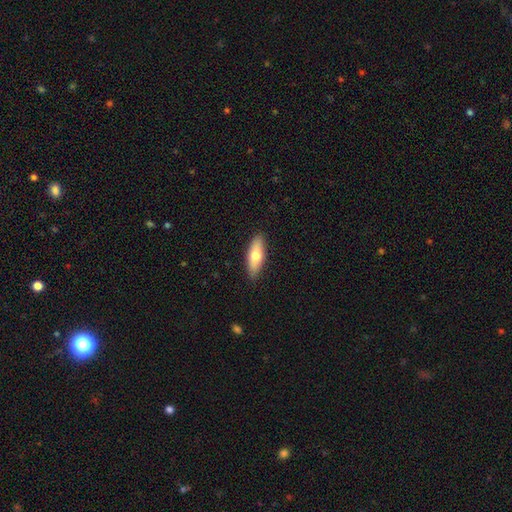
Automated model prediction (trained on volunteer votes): This appears to be a smooth galaxy with no disk features (69%) that is in between round and cigar-shaped (62%). Merging: none (88%).